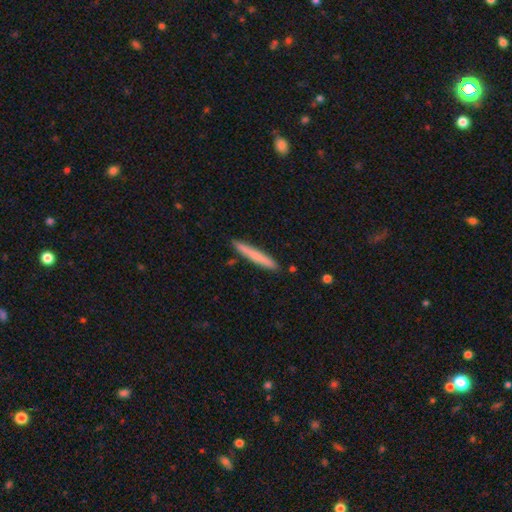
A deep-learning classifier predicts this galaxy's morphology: smooth_or_featured: smooth (p=0.70) [alt: featured or disk p=0.25]
how_rounded: cigar-shaped (p=0.96) [alt: in between p=0.02]
merging: none (p=0.89) [alt: minor disturbance p=0.08]